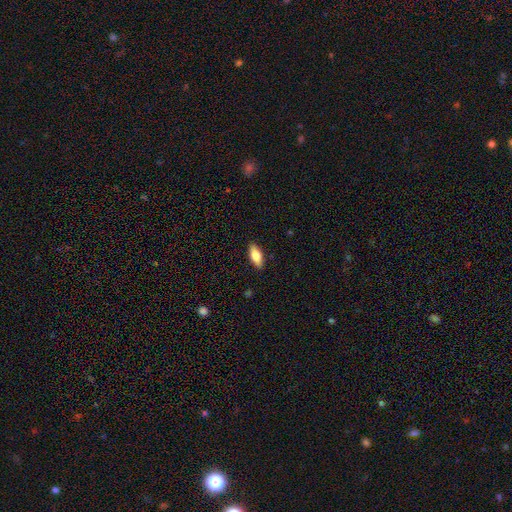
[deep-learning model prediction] Q: Smooth or featured?
A: smooth (76%); runner-up: featured or disk (17%)
Q: How rounded?
A: in between (81%); runner-up: cigar-shaped (16%)
Q: Merging?
A: none (88%); runner-up: minor disturbance (9%)